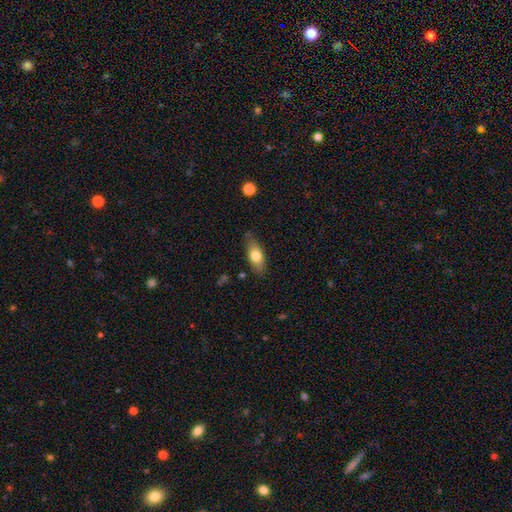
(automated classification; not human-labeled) Smooth or featured: smooth — 71% (featured or disk — 23%)
How rounded: in between — 78% (cigar-shaped — 18%)
Merging: none — 76% (minor disturbance — 18%)